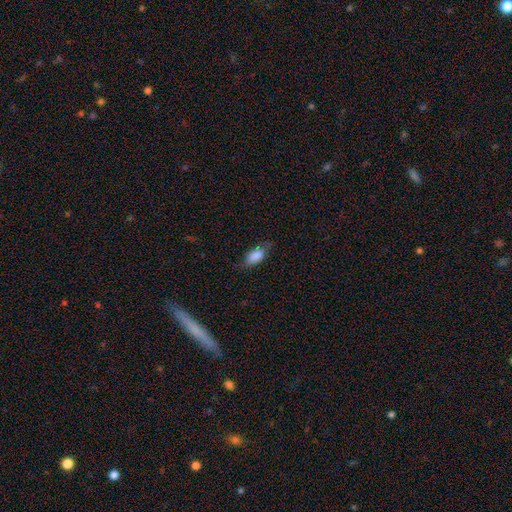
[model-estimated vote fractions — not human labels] Smooth or featured?
  - smooth: 84% *
  - featured or disk: 9%
  - star or artifact: 7%
How rounded?
  - in between: 88% *
  - cigar-shaped: 8%
  - round: 3%
Merging?
  - none: 65% *
  - minor disturbance: 26%
  - major disturbance: 8%
  - merger: 1%